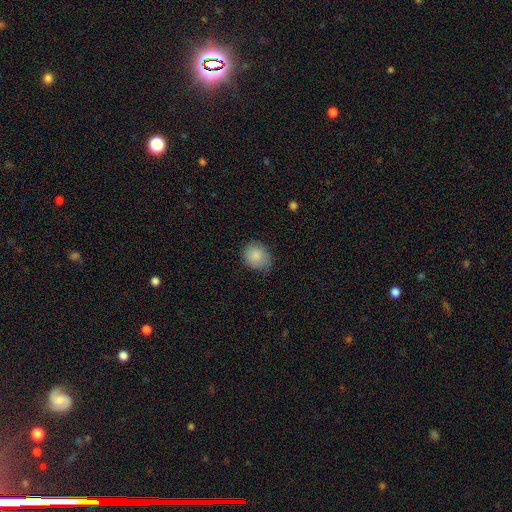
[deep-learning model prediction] The model was most divided on "how rounded": round: 62%, in between: 37%, cigar-shaped: 1%. More confident: smooth or featured — smooth (86%); merging — none (67%).